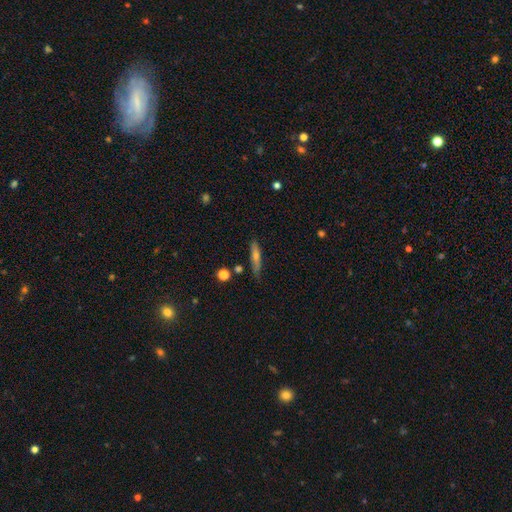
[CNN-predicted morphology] Smooth or featured?
  - smooth: 47% *
  - featured or disk: 44%
  - star or artifact: 9%
Merging?
  - none: 83% *
  - minor disturbance: 13%
  - major disturbance: 2%
  - merger: 2%